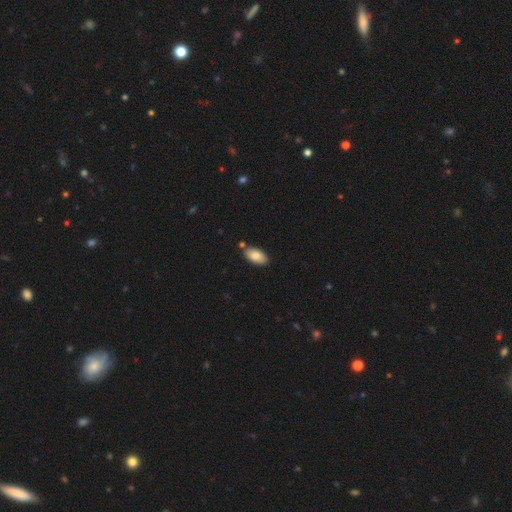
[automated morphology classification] A smooth galaxy with no disk features (85%) that is in between round and cigar-shaped (94%).

Vote fractions:
- Smooth or featured? smooth: 85% / featured or disk: 9% / star or artifact: 7%
- How rounded? in between: 94% / cigar-shaped: 3% / round: 2%
- Merging? none: 79% / minor disturbance: 12% / merger: 6% / major disturbance: 2%